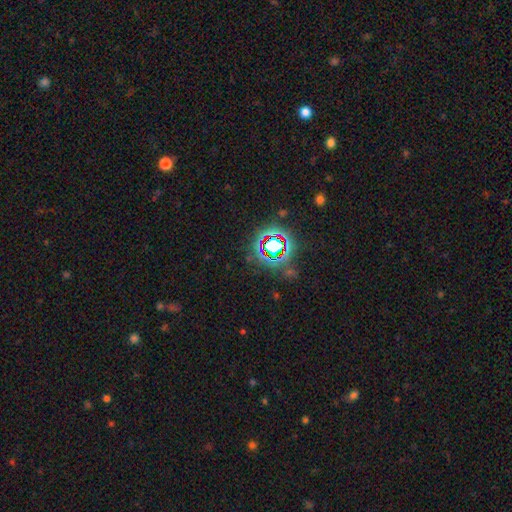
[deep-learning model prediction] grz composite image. It shows a star or artifact, not a galaxy (77%).